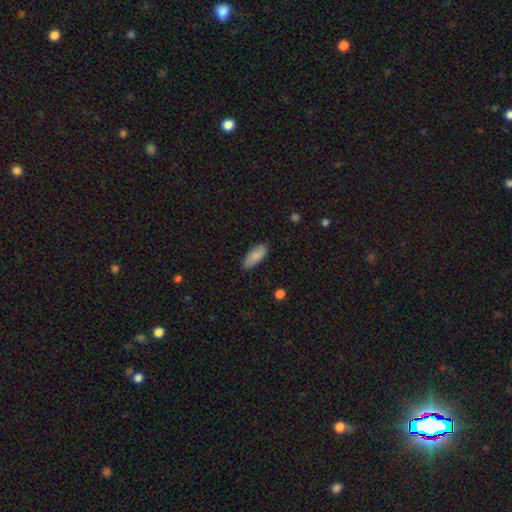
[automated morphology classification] Overall: smooth (83%). How rounded: in between (81%). Merging: none (81%).